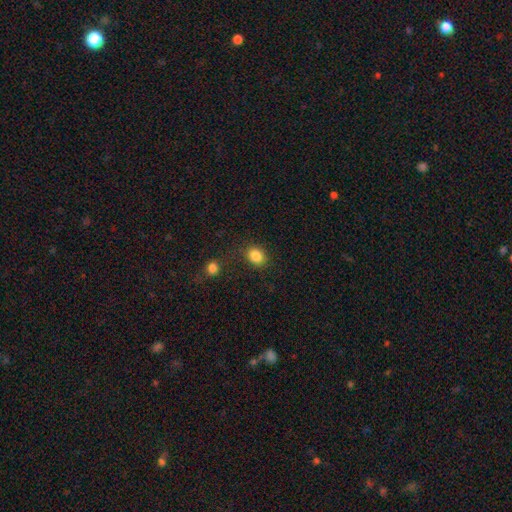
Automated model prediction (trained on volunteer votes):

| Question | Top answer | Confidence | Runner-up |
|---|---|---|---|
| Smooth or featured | smooth | 85% | star or artifact (11%) |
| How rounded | round | 54% | in between (45%) |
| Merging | none | 79% | minor disturbance (11%) |